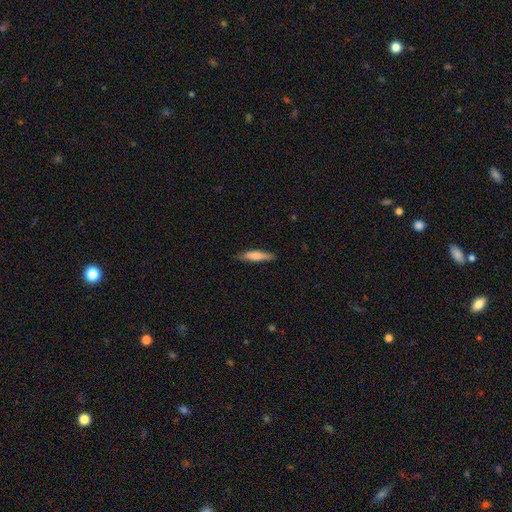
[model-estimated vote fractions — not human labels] This appears to be a smooth galaxy with no disk features (70%) that is cigar-shaped (82%). Merging: none (84%).